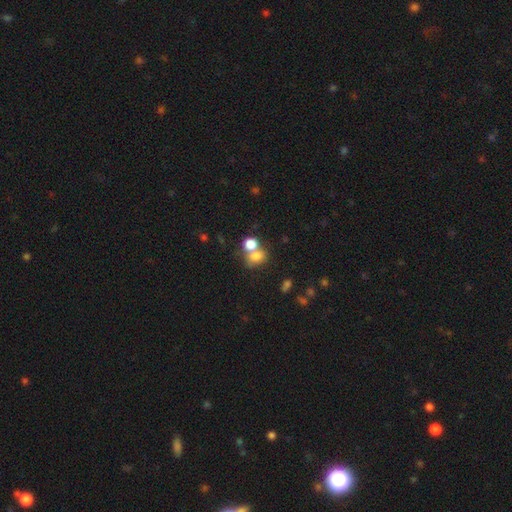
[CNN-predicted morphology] Smooth or featured? smooth (75%)
How rounded? in between (54%)
Merging? merger (49%)